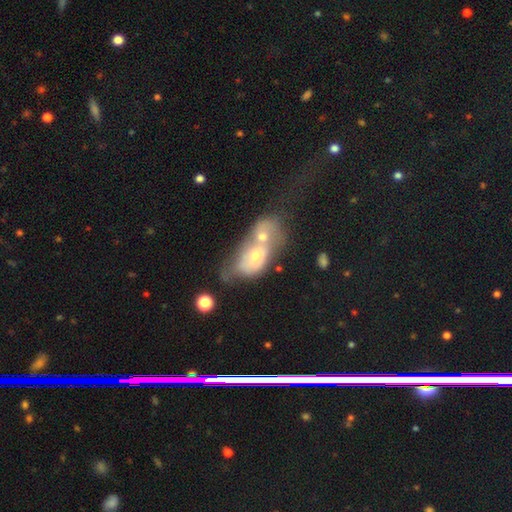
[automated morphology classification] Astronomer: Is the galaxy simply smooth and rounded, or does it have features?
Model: smooth — 48% (runner-up: featured or disk, 41%).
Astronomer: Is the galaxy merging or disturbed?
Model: merger — 77%.